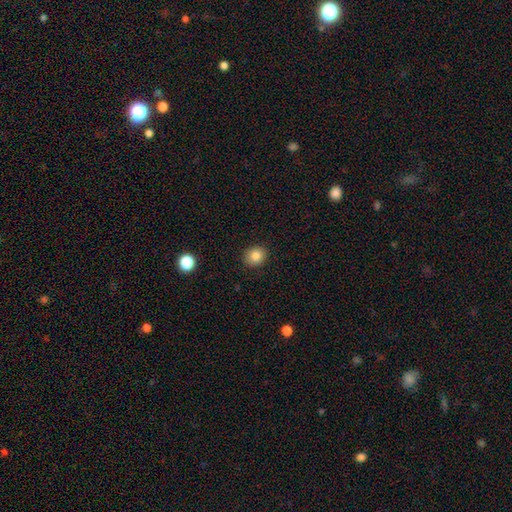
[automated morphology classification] A smooth galaxy with no disk features (84%) that is round (70%). Merging: none (90%).